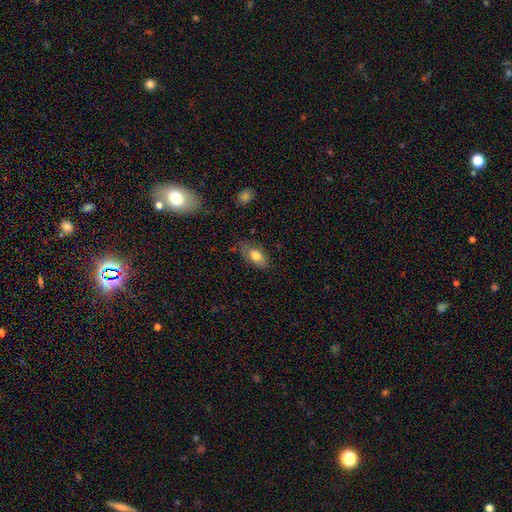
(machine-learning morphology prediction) This is likely a smooth galaxy (77%). How rounded: clearly in between (89%). Merging: likely none (72%).